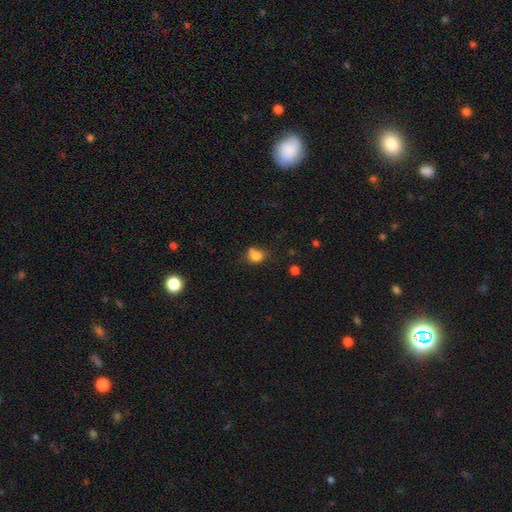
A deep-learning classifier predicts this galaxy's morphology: Smooth or featured? Predicted: smooth (p=0.79). How rounded? Predicted: round (p=0.57). Merging? Predicted: none (p=0.44).